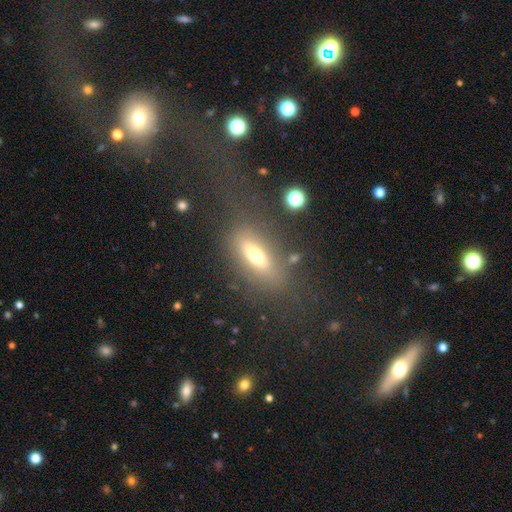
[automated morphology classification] This is possibly a smooth galaxy (59%). How rounded: likely in between (68%). Merging: likely none (68%).